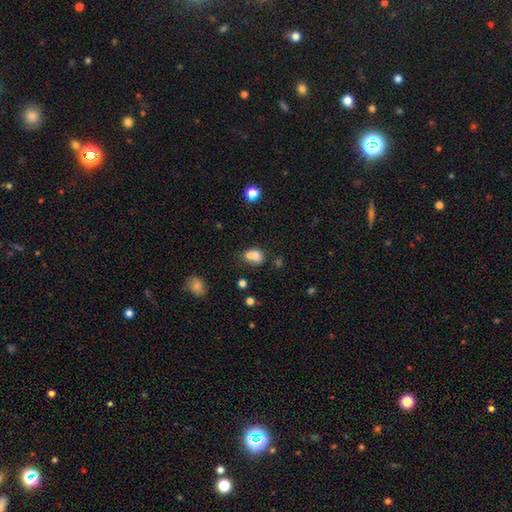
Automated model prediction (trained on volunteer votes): Smooth or featured: smooth — 73% (featured or disk — 15%)
How rounded: in between — 57% (round — 42%)
Merging: merger — 55% (none — 28%)